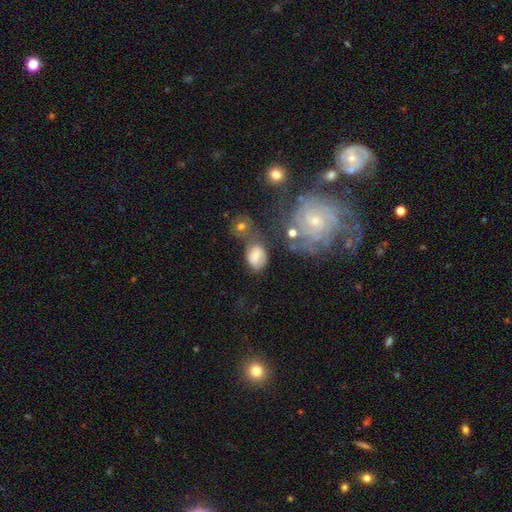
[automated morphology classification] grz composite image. It shows a smooth galaxy with no disk features (58%) that is in between round and cigar-shaped (70%). Merging: none (47%).